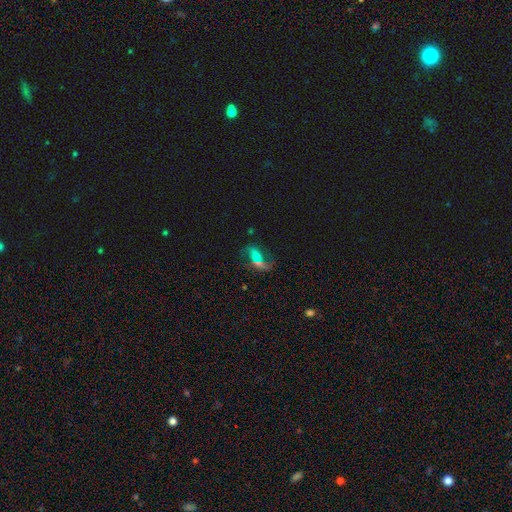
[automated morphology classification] Smooth or featured?
  - featured or disk: 47% *
  - smooth: 33%
  - star or artifact: 20%
Merging?
  - none: 35% *
  - merger: 32%
  - major disturbance: 18%
  - minor disturbance: 15%